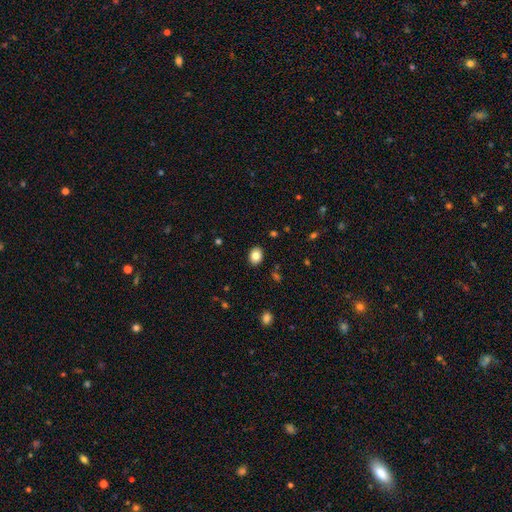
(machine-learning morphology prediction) smooth_or_featured: smooth (p=0.83) [alt: star or artifact p=0.09]
how_rounded: in between (p=0.66) [alt: round p=0.33]
merging: none (p=0.89) [alt: minor disturbance p=0.08]